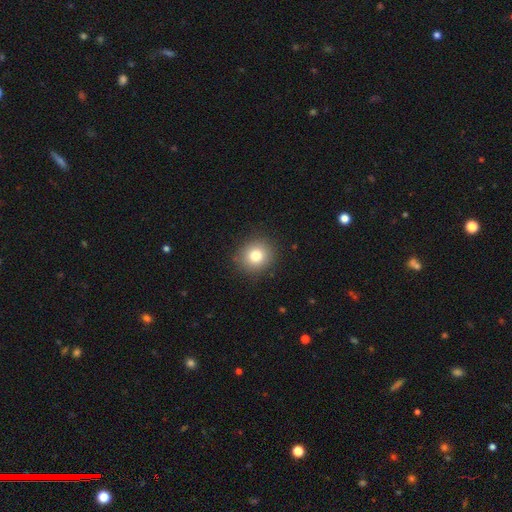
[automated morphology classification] Overall: smooth (80%). How rounded: round (85%). Merging: none (90%).